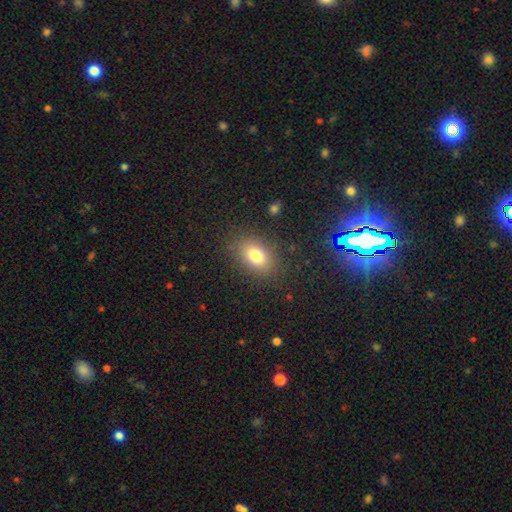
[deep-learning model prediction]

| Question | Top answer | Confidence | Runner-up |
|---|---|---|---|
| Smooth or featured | smooth | 78% | star or artifact (11%) |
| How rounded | in between | 80% | round (18%) |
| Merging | none | 84% | minor disturbance (10%) |